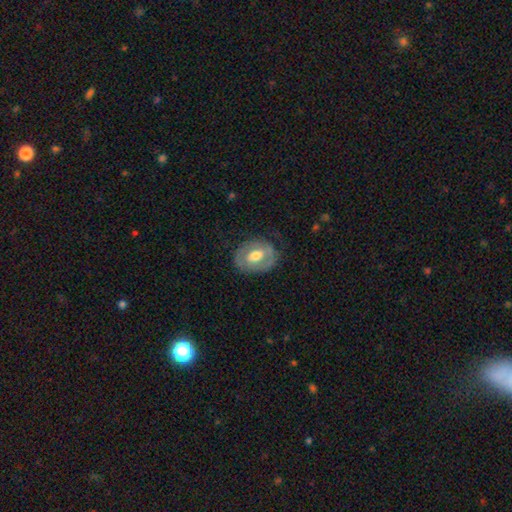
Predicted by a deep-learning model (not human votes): The model was most divided on "bar": no: 49%, weak: 36%, strong: 15%. More confident: edge-on disk — no (94%); merging — none (74%); bulge size — moderate (63%); spiral arms — no (60%); smooth or featured — featured or disk (56%).